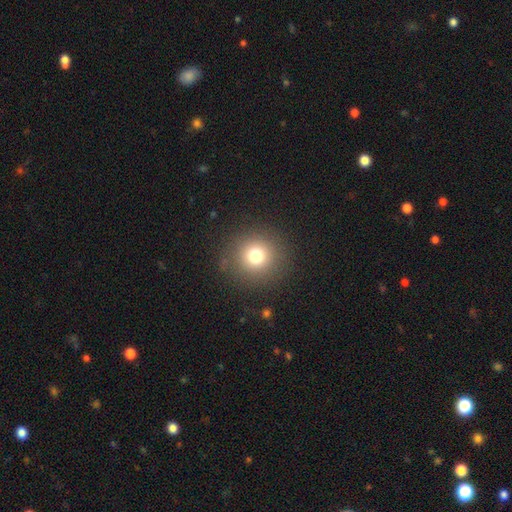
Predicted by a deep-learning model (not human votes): smooth_or_featured: smooth (p=0.75) [alt: star or artifact p=0.16]
how_rounded: round (p=0.94) [alt: in between p=0.05]
merging: none (p=0.88) [alt: minor disturbance p=0.07]